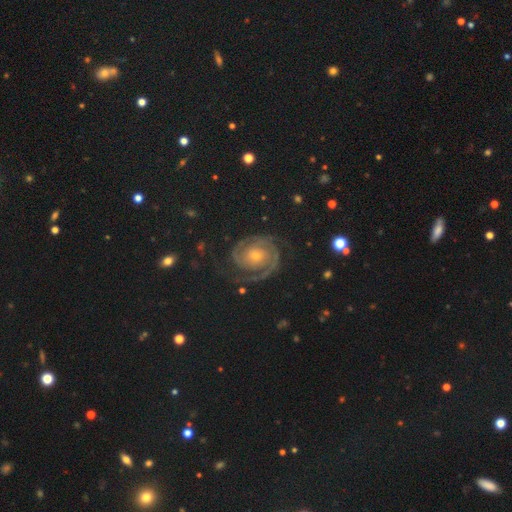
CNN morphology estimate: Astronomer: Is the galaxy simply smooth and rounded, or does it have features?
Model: featured or disk — 86%.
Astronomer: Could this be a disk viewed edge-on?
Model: no — 98%.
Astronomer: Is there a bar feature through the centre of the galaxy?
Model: no — 75%.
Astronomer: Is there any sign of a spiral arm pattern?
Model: yes — 98%.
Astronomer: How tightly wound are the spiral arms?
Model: tight — 65%.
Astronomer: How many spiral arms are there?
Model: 2 — 82%.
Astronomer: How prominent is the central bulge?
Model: small — 61%.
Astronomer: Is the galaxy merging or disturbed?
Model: none — 79%.